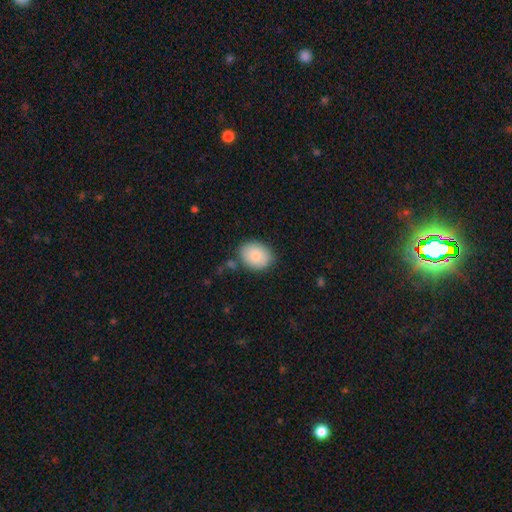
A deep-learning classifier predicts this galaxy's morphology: Smooth or featured?
  - smooth: 85% *
  - featured or disk: 8%
  - star or artifact: 7%
How rounded?
  - in between: 57% *
  - round: 42%
  - cigar-shaped: 1%
Merging?
  - none: 78% *
  - minor disturbance: 15%
  - merger: 4%
  - major disturbance: 3%